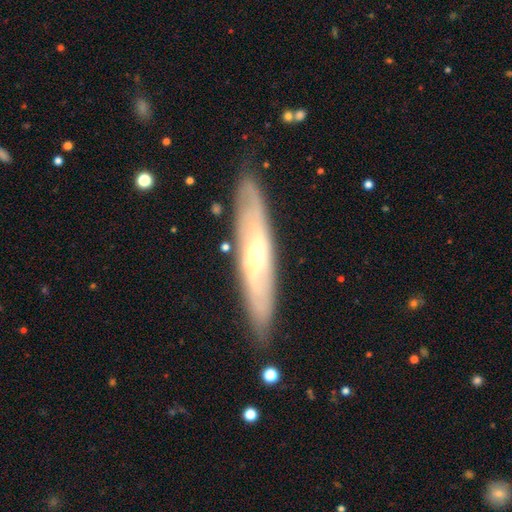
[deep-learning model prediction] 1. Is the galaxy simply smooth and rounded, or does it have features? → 67% featured or disk, 27% smooth, 6% star or artifact.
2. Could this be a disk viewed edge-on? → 52% yes, 48% no.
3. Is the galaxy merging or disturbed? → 85% none, 11% minor disturbance, 2% major disturbance, 2% merger.